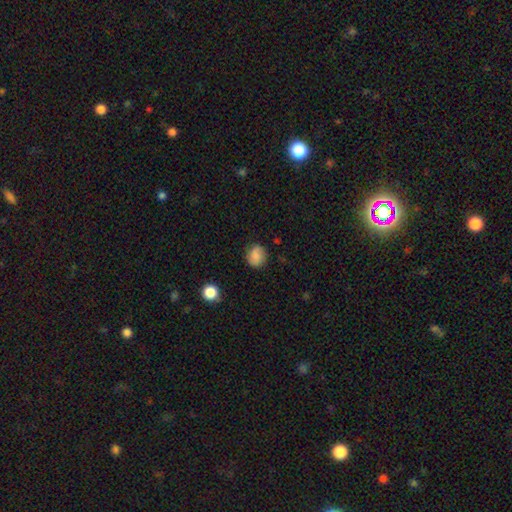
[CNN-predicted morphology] This is likely a smooth galaxy (77%). How rounded: likely round (76%). Merging: likely none (80%).